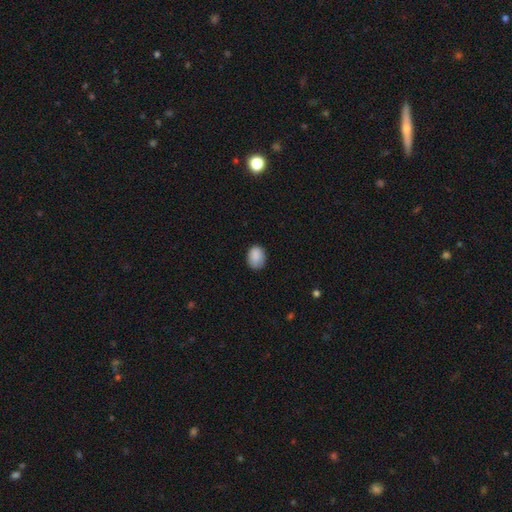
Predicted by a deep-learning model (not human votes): The model was most divided on "how rounded": in between: 62%, round: 38%, cigar-shaped: 1%. More confident: smooth or featured — smooth (89%); merging — none (78%).